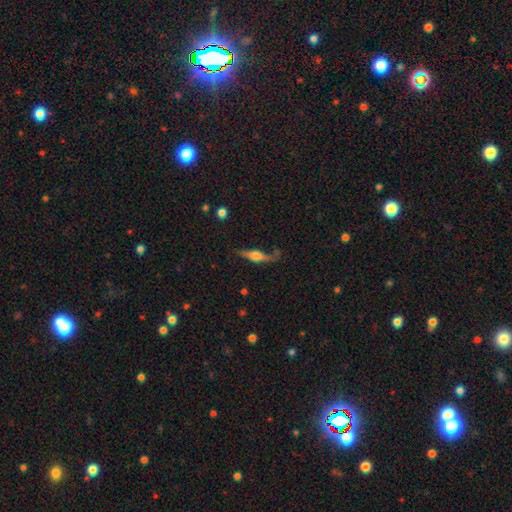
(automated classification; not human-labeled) This is likely a featured or disk galaxy (66%). It is clearly viewed edge-on (90%). Edge-on bulge: clearly rounded (85%). Merging: likely none (64%).